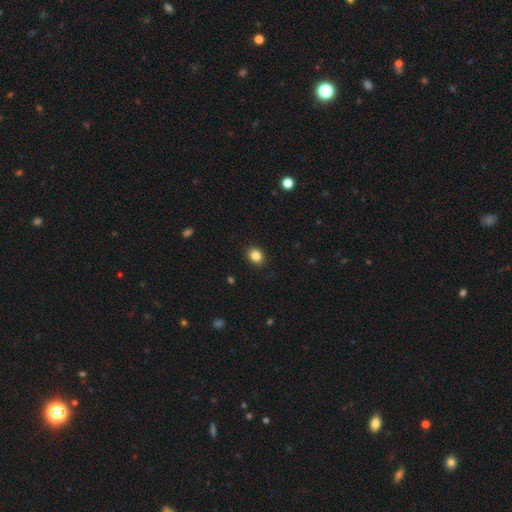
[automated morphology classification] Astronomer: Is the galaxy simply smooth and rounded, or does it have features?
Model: smooth — 85%.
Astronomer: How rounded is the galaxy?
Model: round — 59% (runner-up: in between, 41%).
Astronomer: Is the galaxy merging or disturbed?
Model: none — 90%.